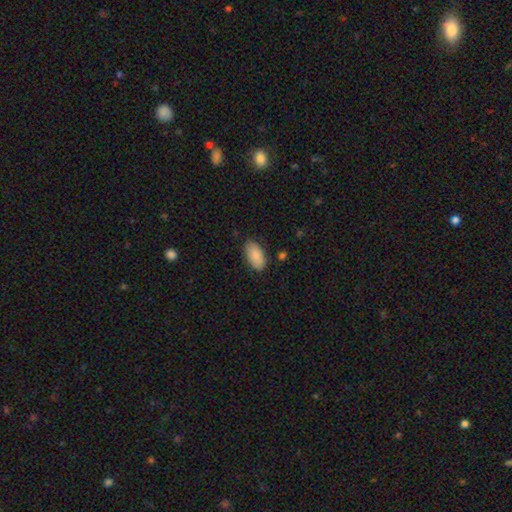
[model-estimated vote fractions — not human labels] Smooth or featured: smooth — 84% (featured or disk — 9%)
How rounded: in between — 95% (round — 3%)
Merging: none — 83% (minor disturbance — 13%)